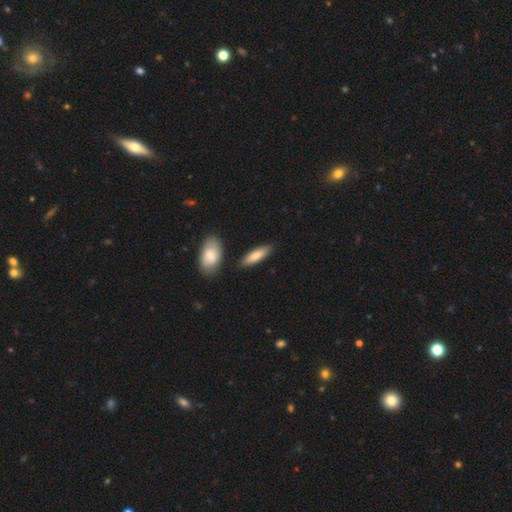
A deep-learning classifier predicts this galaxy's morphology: Overall: smooth (80%). How rounded: cigar-shaped (52%; in between 46%). Merging: none (84%).